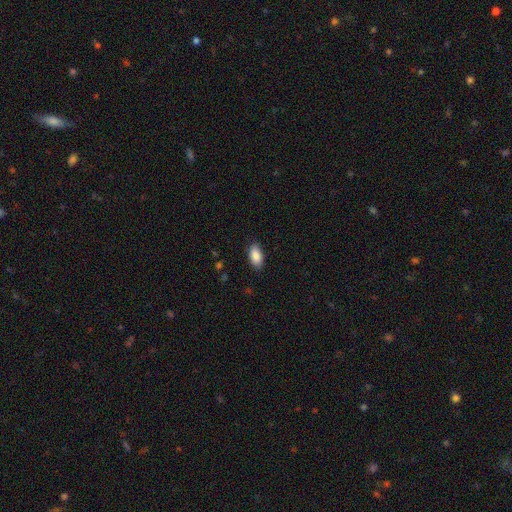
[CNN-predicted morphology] The model was most divided on "merging": none: 86%, minor disturbance: 11%, major disturbance: 2%, merger: 1%. More confident: how rounded — in between (93%); smooth or featured — smooth (88%).